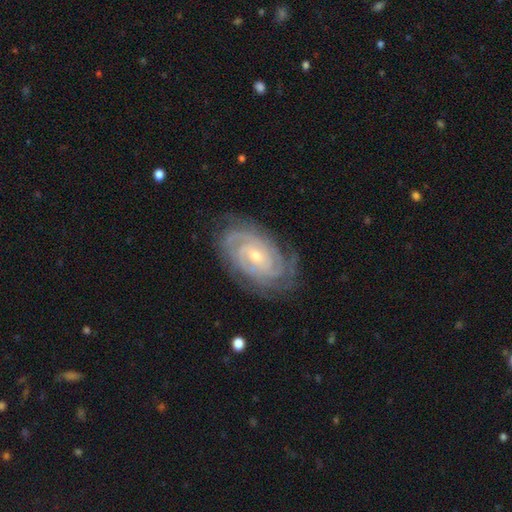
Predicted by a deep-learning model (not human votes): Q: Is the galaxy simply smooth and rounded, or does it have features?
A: featured or disk — 91%.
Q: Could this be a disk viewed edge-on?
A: no — 97%.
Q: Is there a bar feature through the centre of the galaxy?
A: no — 61%.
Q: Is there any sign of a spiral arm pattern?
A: yes — 98%.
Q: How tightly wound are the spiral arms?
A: tight — 81%.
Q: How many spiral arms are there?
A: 3 — 25%.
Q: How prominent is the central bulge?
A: small — 66%.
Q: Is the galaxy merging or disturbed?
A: none — 79%.